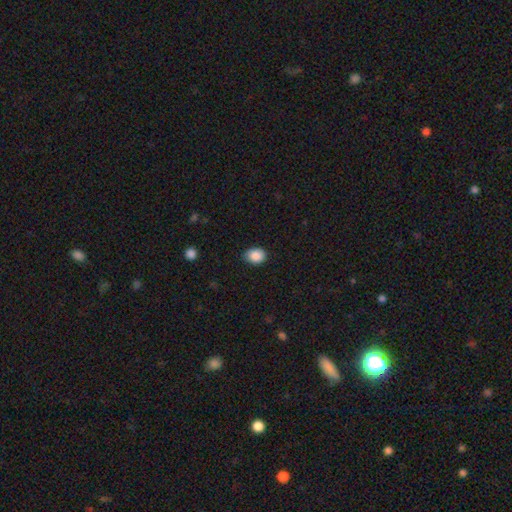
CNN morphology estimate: This appears to be a smooth galaxy with no disk features (88%) that is in between round and cigar-shaped (59%). Merging: none (77%).